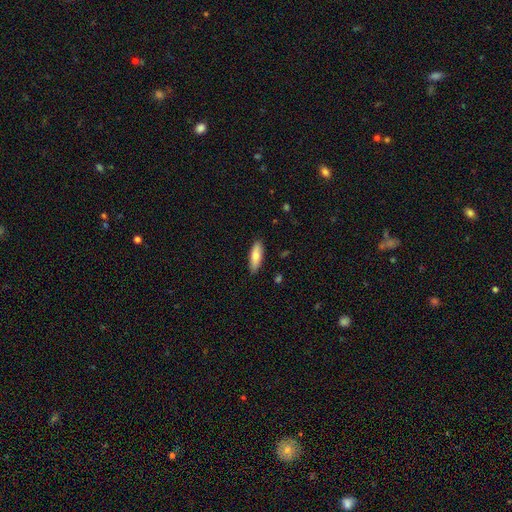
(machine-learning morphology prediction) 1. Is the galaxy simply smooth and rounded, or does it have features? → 79% smooth, 15% featured or disk, 6% star or artifact.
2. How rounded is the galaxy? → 58% in between, 40% cigar-shaped, 2% round.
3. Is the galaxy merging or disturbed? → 87% none, 10% minor disturbance, 2% major disturbance, 1% merger.